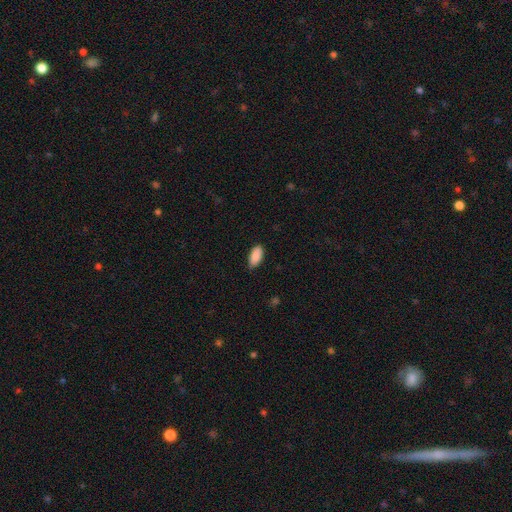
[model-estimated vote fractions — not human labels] This is clearly a smooth galaxy (90%). How rounded: clearly in between (91%). Merging: likely none (77%).